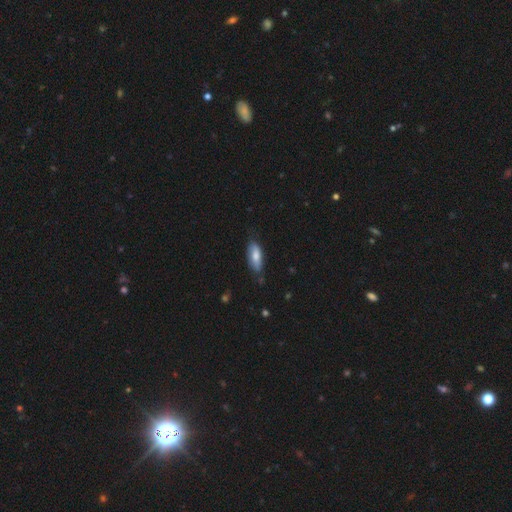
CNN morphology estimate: A smooth galaxy with no disk features (74%) that is in between round and cigar-shaped (76%).

Vote fractions:
- Smooth or featured? smooth: 74% / featured or disk: 20% / star or artifact: 6%
- How rounded? in between: 76% / cigar-shaped: 22% / round: 2%
- Merging? none: 68% / minor disturbance: 26% / major disturbance: 4% / merger: 2%